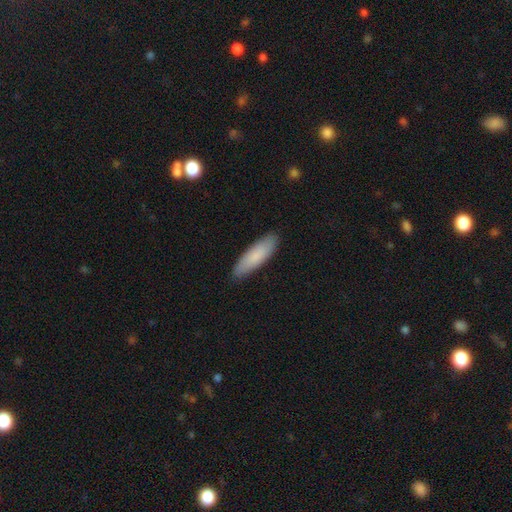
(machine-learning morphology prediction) smooth-or-featured: smooth: 83% | featured or disk: 11% | star or artifact: 5%
  how-rounded: cigar-shaped: 56% | in between: 43% | round: 1%
  merging: none: 88% | minor disturbance: 10% | major disturbance: 2% | merger: 1%